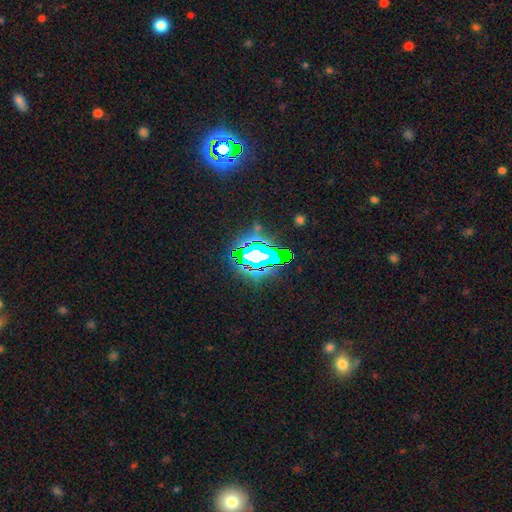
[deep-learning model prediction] Smooth or featured?
  - star or artifact: 80% *
  - smooth: 12%
  - featured or disk: 8%